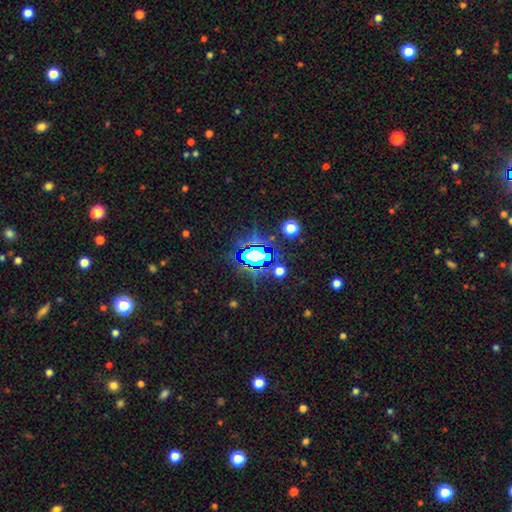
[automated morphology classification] This appears to be a star or artifact, not a galaxy (64%).